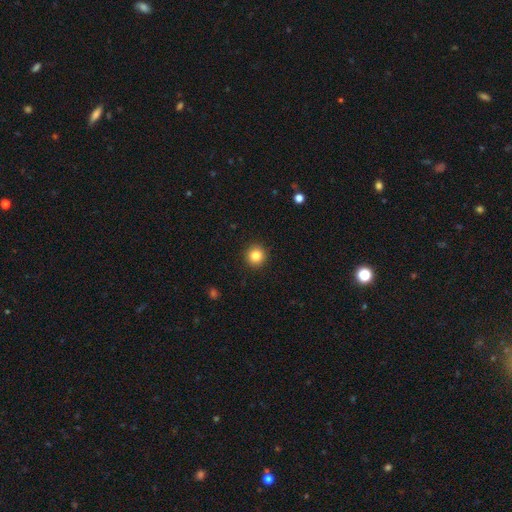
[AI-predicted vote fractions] Overall: smooth (84%). How rounded: round (95%). Merging: none (93%).